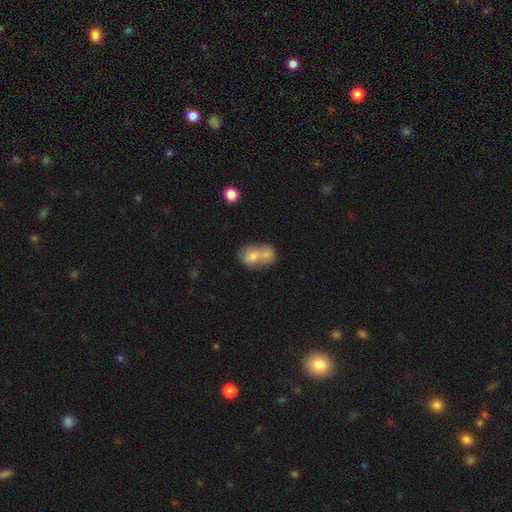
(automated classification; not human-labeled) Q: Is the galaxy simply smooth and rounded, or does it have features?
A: smooth — 72%.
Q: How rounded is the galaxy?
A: in between — 65%.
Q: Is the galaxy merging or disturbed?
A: merger — 68%.